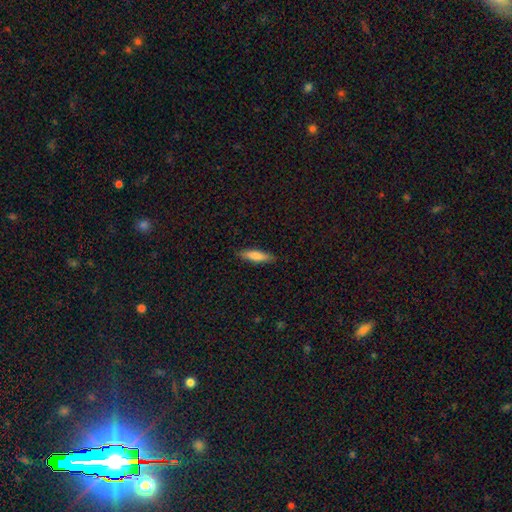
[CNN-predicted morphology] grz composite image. It shows a smooth galaxy with no disk features (76%) that is cigar-shaped (71%). Merging: none (88%).